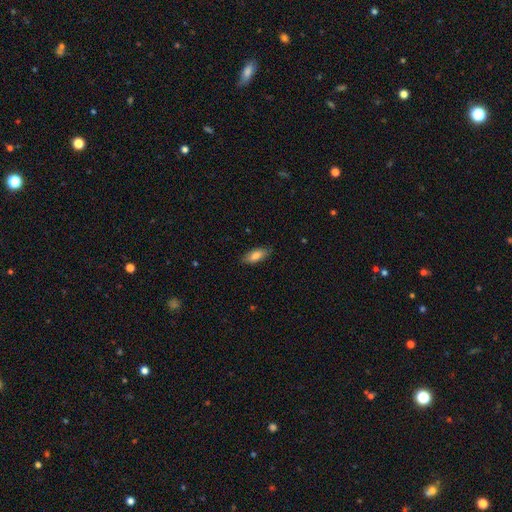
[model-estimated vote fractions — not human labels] A smooth galaxy with no disk features (80%) that is in between round and cigar-shaped (79%). Merging: none (83%).